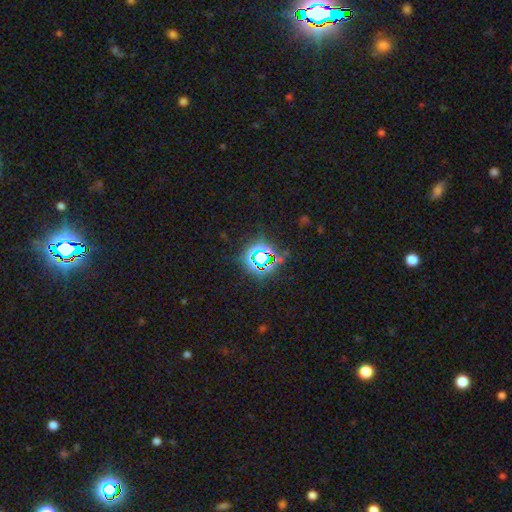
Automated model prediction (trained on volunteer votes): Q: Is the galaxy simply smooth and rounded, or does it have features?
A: star or artifact — 75%.